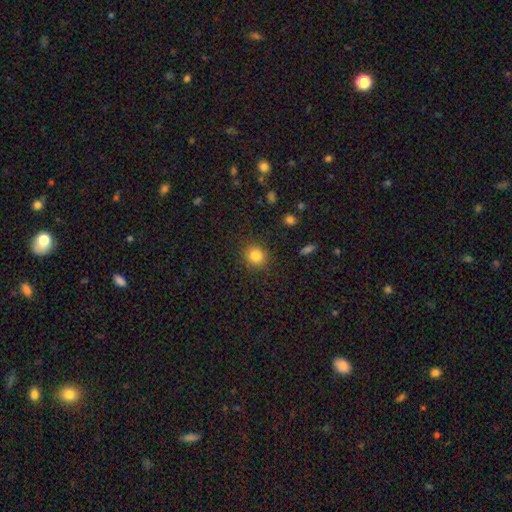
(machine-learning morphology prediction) Q: Smooth or featured?
A: smooth (84%); runner-up: star or artifact (11%)
Q: How rounded?
A: round (87%); runner-up: in between (12%)
Q: Merging?
A: none (88%); runner-up: minor disturbance (8%)